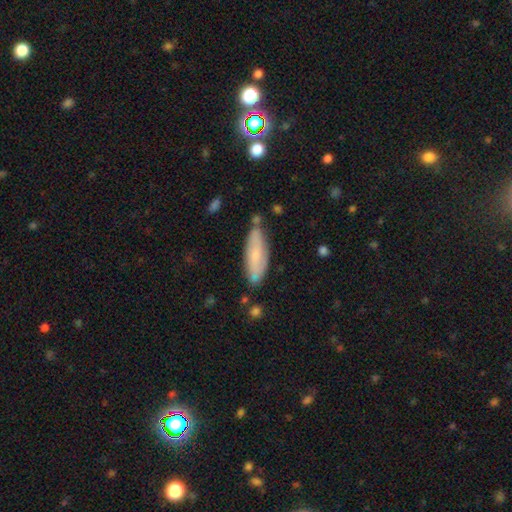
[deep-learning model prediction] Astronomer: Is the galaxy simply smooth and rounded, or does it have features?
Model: smooth — 62%.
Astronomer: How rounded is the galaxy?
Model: in between — 55% (runner-up: cigar-shaped, 44%).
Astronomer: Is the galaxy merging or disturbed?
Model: none — 72%.